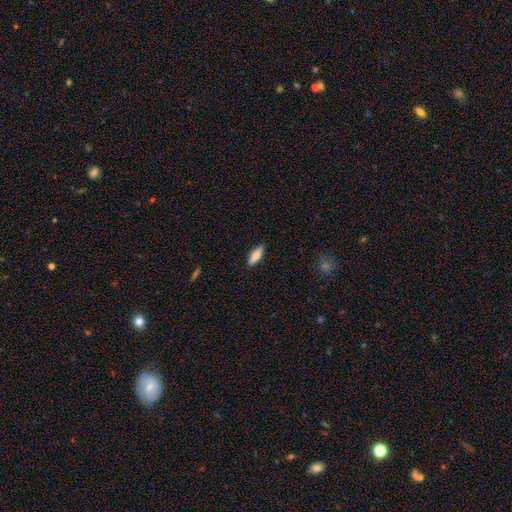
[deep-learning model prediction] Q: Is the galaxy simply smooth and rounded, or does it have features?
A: smooth — 72%.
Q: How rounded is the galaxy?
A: in between — 54%.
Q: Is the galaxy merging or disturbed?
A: none — 89%.